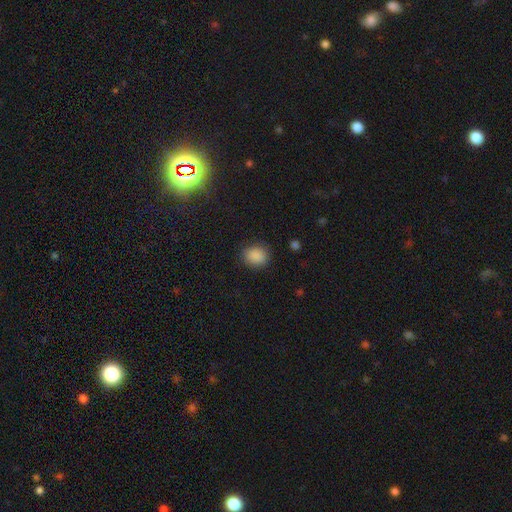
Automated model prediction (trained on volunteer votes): This appears to be a smooth galaxy with no disk features (87%) that is round (63%). Merging: none (85%).